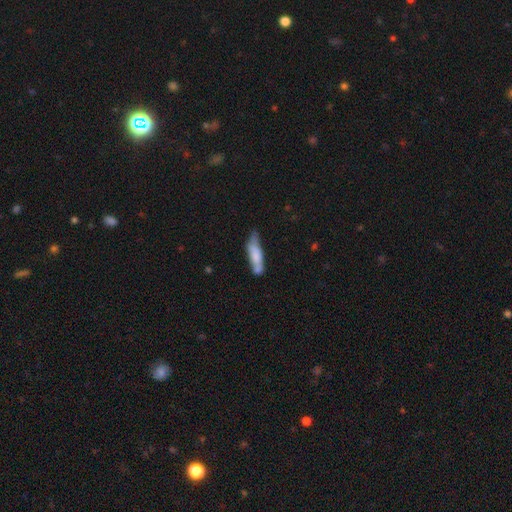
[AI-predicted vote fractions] Smooth or featured? Predicted: smooth (p=0.67). How rounded? Predicted: cigar-shaped (p=0.64). Merging? Predicted: none (p=0.41).